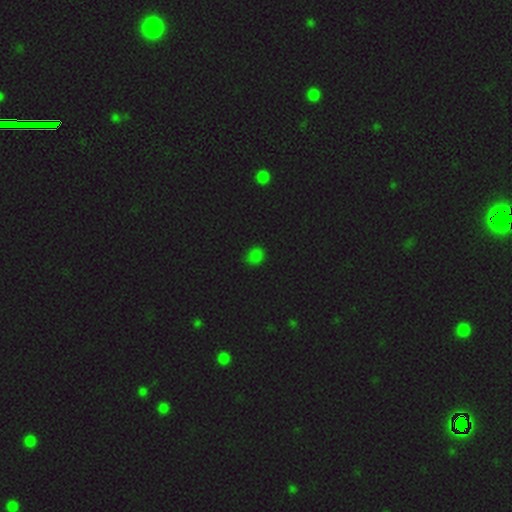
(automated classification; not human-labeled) smooth-or-featured: smooth: 73% | star or artifact: 23% | featured or disk: 4%
  how-rounded: round: 66% | in between: 33% | cigar-shaped: 2%
  merging: none: 84% | minor disturbance: 11% | major disturbance: 3% | merger: 2%